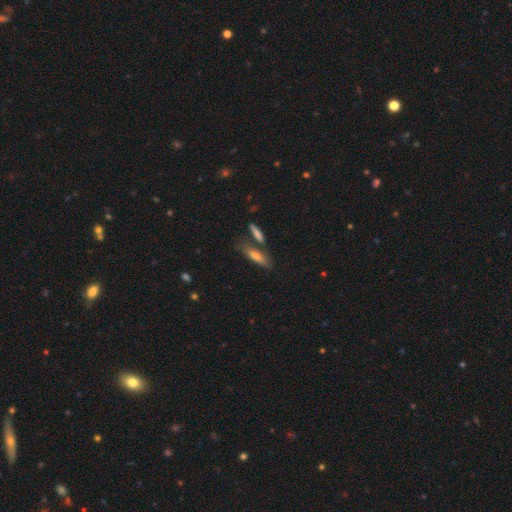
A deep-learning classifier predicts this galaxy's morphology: Overall: smooth (66%). How rounded: cigar-shaped (59%; in between 38%). Merging: none (65%).